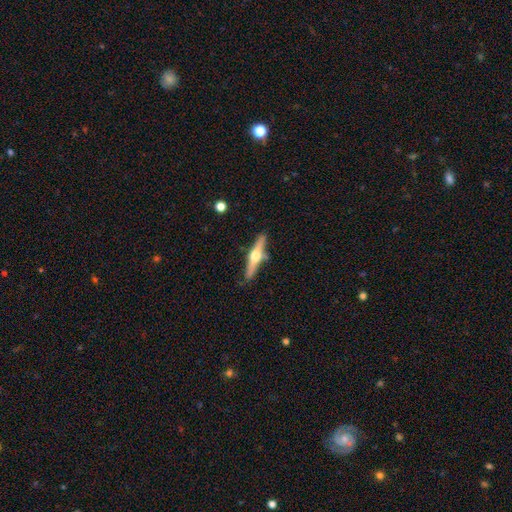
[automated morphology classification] Smooth or featured? Predicted: featured or disk (p=0.70). Edge-on disk? Predicted: yes (p=0.97). Edge-on bulge? Predicted: rounded (p=0.96). Merging? Predicted: none (p=0.85).